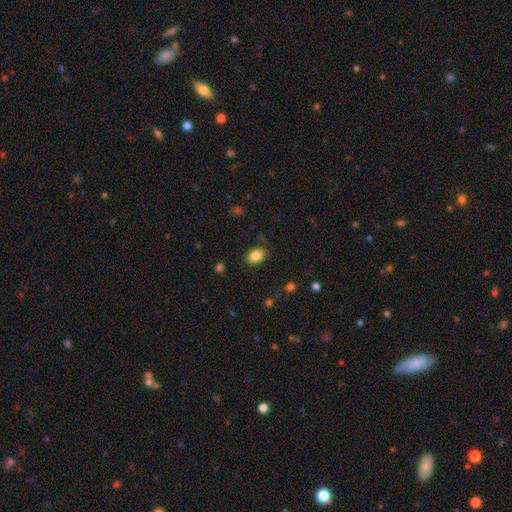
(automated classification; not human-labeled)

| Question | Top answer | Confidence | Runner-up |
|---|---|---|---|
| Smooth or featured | smooth | 85% | star or artifact (9%) |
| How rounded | in between | 72% | round (27%) |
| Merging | none | 83% | minor disturbance (12%) |